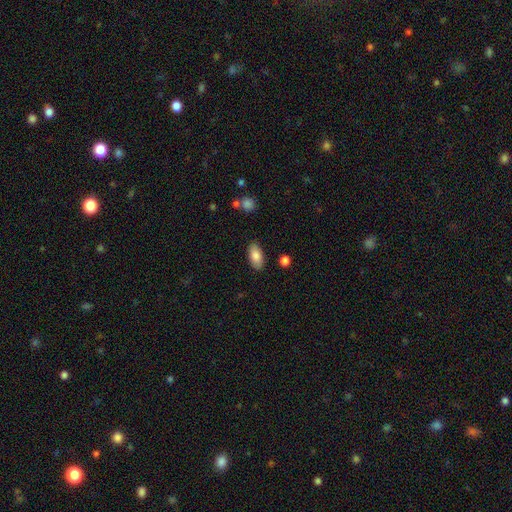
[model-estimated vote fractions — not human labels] Smooth or featured?
  - smooth: 84% *
  - featured or disk: 10%
  - star or artifact: 7%
How rounded?
  - in between: 91% *
  - cigar-shaped: 6%
  - round: 3%
Merging?
  - none: 86% *
  - minor disturbance: 10%
  - major disturbance: 2%
  - merger: 2%